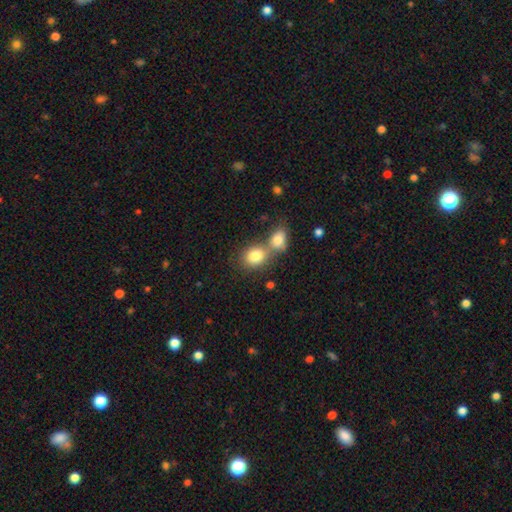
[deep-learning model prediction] A smooth galaxy with no disk features (81%) that is round (57%). Merging: merger (53%).